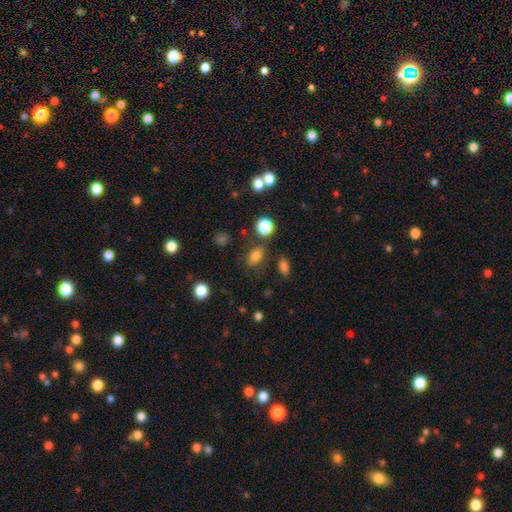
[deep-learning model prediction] smooth 77%, star or artifact 14%, featured or disk 8%. Down the decision tree: how rounded — in between (78%); merging — none (76%).